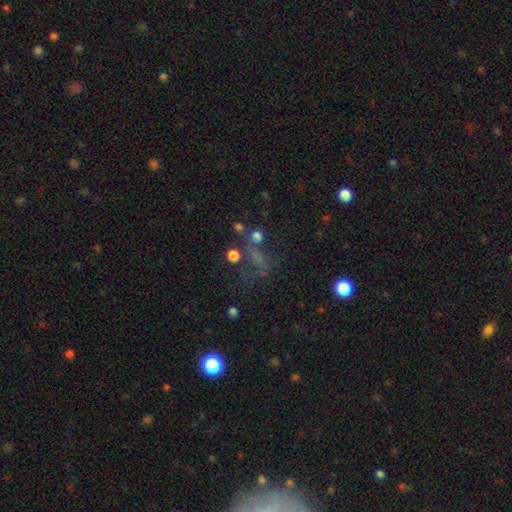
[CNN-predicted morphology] Overall: star or artifact (41%; smooth 36%).